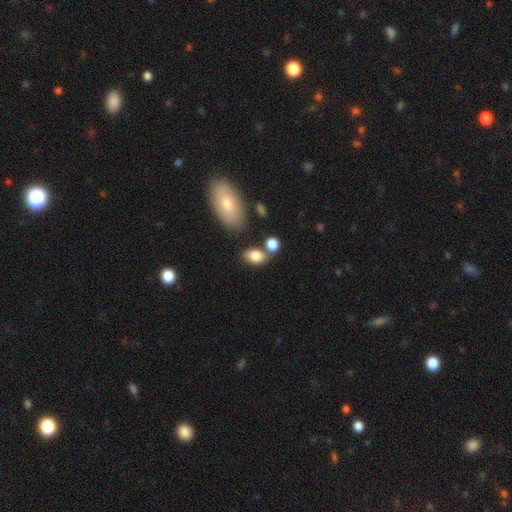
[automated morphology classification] Smooth or featured: smooth — 82% (featured or disk — 9%)
How rounded: in between — 82% (round — 16%)
Merging: none — 55% (merger — 23%)